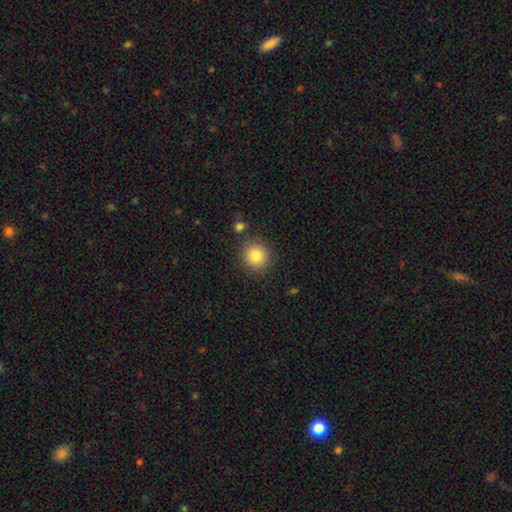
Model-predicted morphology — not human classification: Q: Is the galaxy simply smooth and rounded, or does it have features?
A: smooth — 85%.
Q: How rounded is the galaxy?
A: round — 92%.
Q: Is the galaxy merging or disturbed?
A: none — 86%.